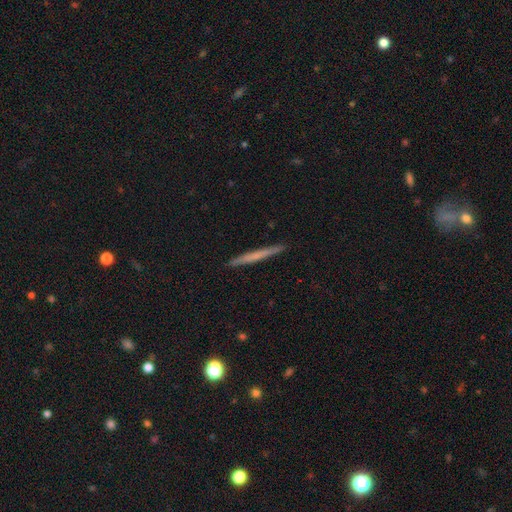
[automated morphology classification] The model was most divided on "smooth or featured": smooth: 51%, featured or disk: 43%, star or artifact: 6%. More confident: how rounded — cigar-shaped (97%); merging — none (92%).